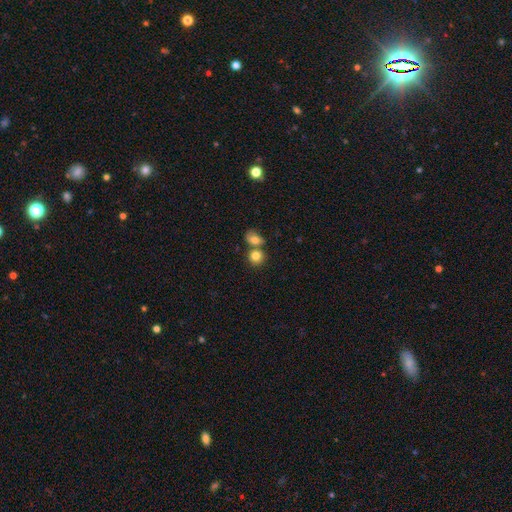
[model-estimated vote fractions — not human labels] This appears to be a smooth galaxy with no disk features (80%) that is round (78%). Merging: none (50%).